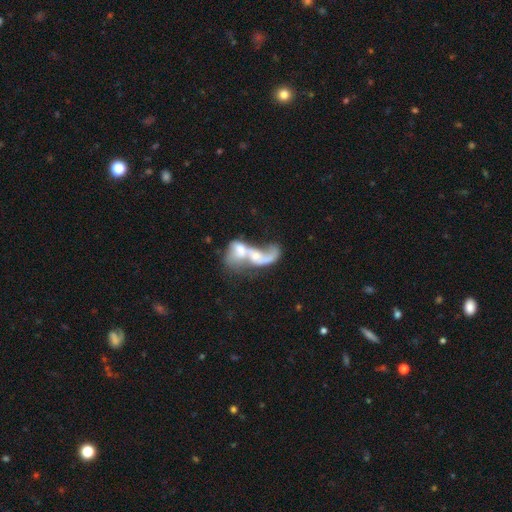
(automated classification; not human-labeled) This is likely a featured or disk galaxy (65%). It is clearly not viewed edge-on (95%). Bar: likely no (65%). Spiral arm pattern: likely yes (62%). Central bulge: marginally moderate (43%). Merging: likely merger (78%).